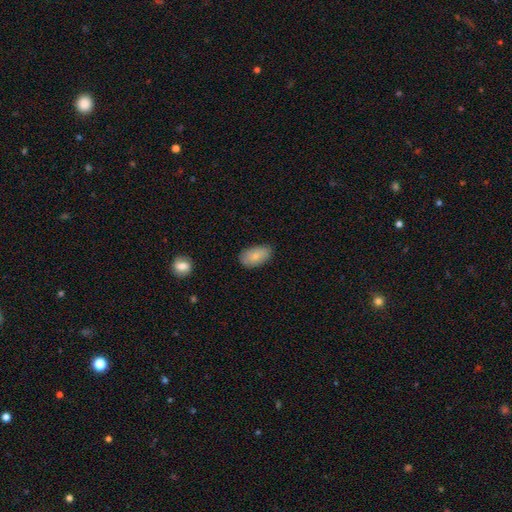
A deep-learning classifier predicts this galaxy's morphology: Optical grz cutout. It shows a smooth galaxy with no disk features (80%) that is in between round and cigar-shaped (93%). Merging: none (80%).